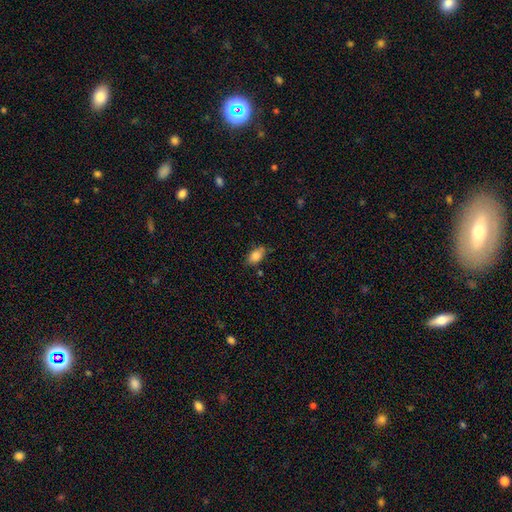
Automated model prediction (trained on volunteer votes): Smooth or featured? Predicted: smooth (p=0.85). How rounded? Predicted: in between (p=0.90). Merging? Predicted: none (p=0.69).